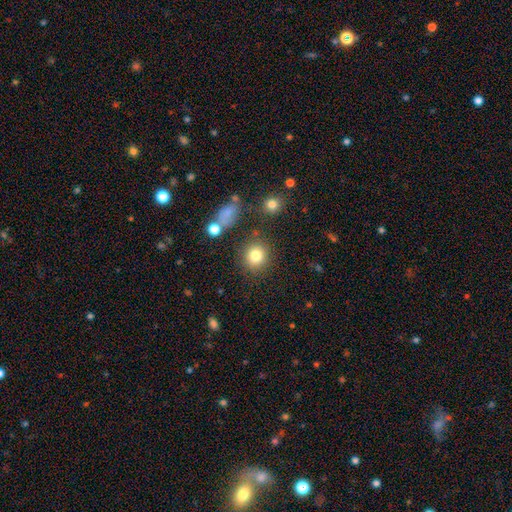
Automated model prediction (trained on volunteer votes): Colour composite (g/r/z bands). It shows a smooth galaxy with no disk features (81%) that is round (85%). Merging: none (81%).